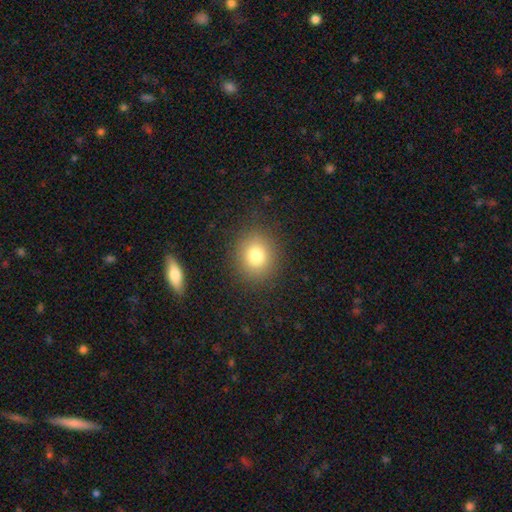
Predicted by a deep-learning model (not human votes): The model was most divided on "how rounded": round: 79%, in between: 20%, cigar-shaped: 1%. More confident: merging — none (87%); smooth or featured — smooth (78%).